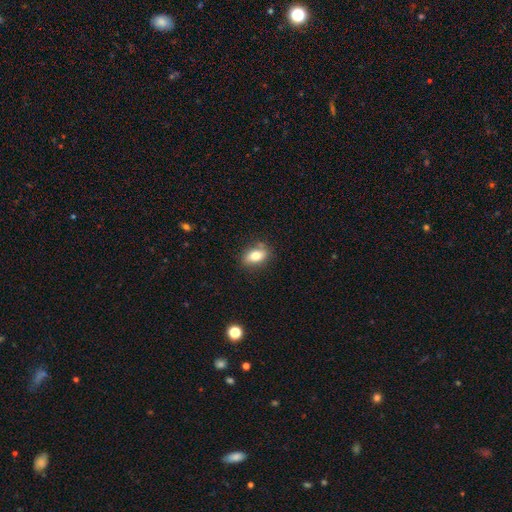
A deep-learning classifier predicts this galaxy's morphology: Smooth or featured: smooth — 77% (featured or disk — 14%)
How rounded: in between — 85% (round — 11%)
Merging: none — 79% (minor disturbance — 14%)